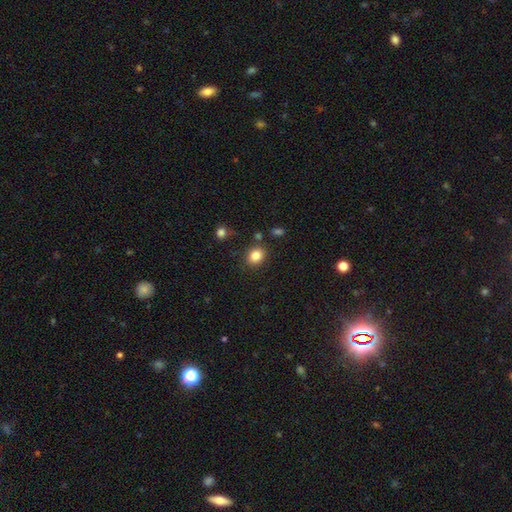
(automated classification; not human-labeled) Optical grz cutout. It shows a smooth galaxy with no disk features (84%) that is round (55%). Merging: none (82%).